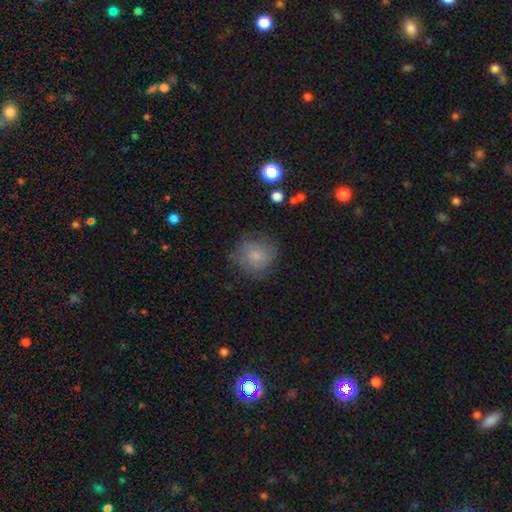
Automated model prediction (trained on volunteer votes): Smooth or featured? smooth (71%)
How rounded? round (84%)
Merging? none (69%)